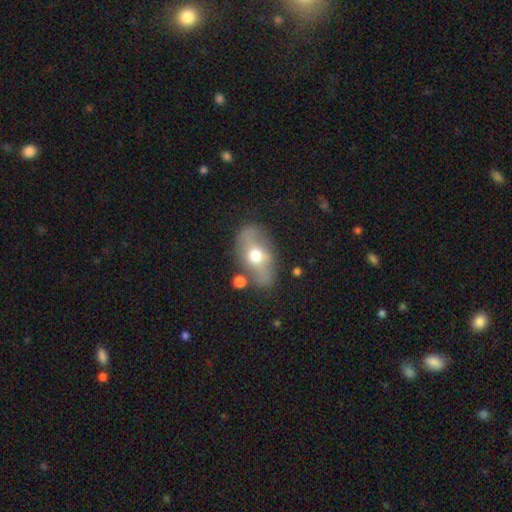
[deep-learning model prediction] featured or disk 49%, smooth 44%, star or artifact 7%. Down the decision tree: merging — none (72%).